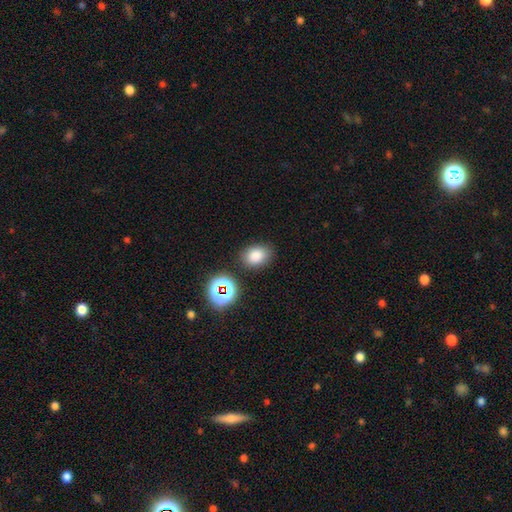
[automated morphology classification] Overall: smooth (80%). How rounded: in between (70%). Merging: none (81%).